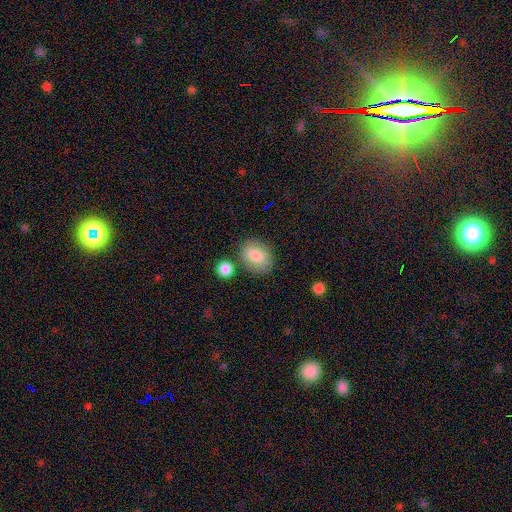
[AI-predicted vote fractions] smooth-or-featured: smooth: 83% | featured or disk: 10% | star or artifact: 7%
  how-rounded: in between: 62% | round: 37% | cigar-shaped: 1%
  merging: none: 75% | minor disturbance: 14% | merger: 8% | major disturbance: 4%